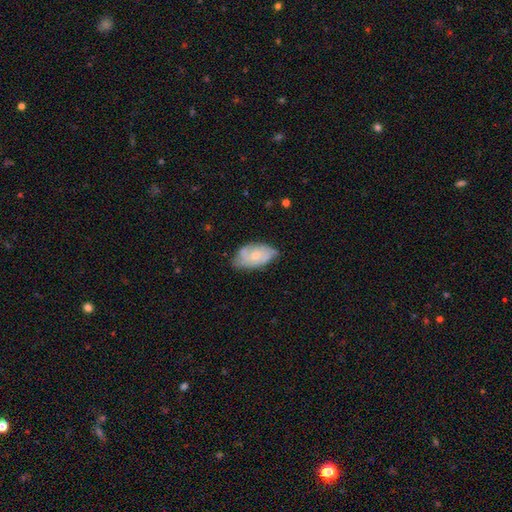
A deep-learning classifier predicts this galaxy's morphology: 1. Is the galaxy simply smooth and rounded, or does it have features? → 51% featured or disk, 42% smooth, 7% star or artifact.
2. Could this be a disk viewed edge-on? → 94% no, 6% yes.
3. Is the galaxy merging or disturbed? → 60% none, 31% minor disturbance, 7% major disturbance, 2% merger.